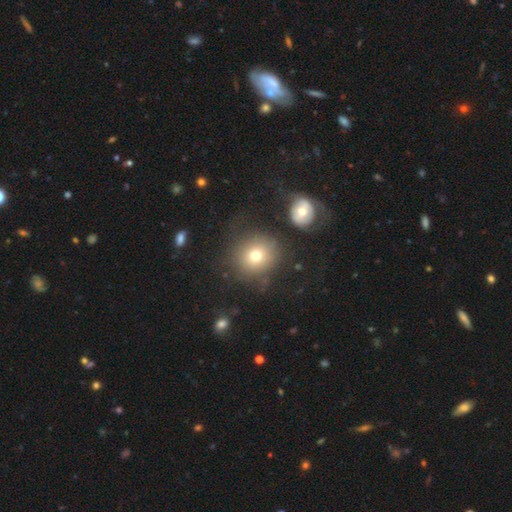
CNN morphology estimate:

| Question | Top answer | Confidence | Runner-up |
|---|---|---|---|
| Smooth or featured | smooth | 73% | featured or disk (14%) |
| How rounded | round | 86% | in between (13%) |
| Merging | none | 73% | minor disturbance (12%) |